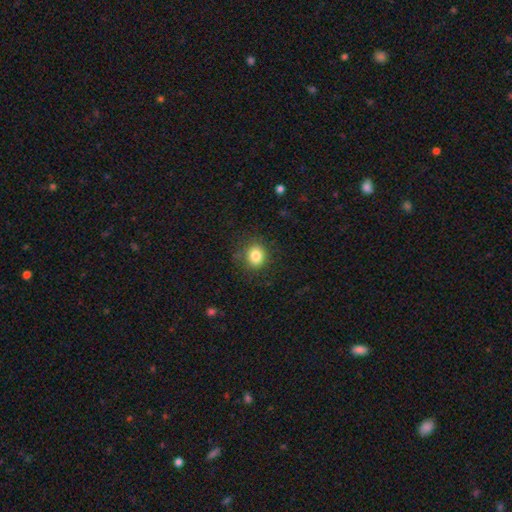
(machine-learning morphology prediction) Overall: smooth (83%). How rounded: round (68%; in between 31%). Merging: none (83%).